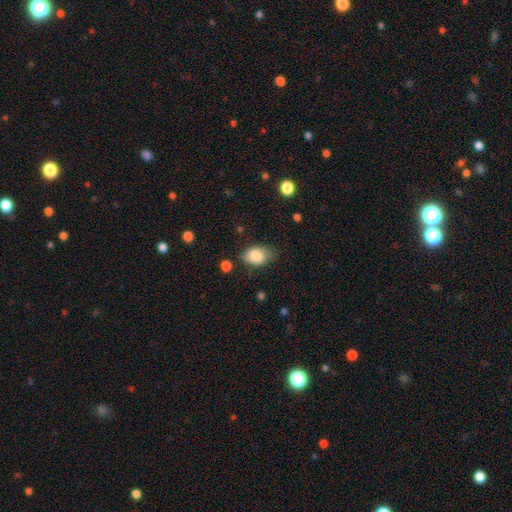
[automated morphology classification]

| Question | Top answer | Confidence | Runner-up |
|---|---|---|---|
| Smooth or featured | smooth | 84% | featured or disk (9%) |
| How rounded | in between | 87% | round (11%) |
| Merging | none | 66% | minor disturbance (26%) |